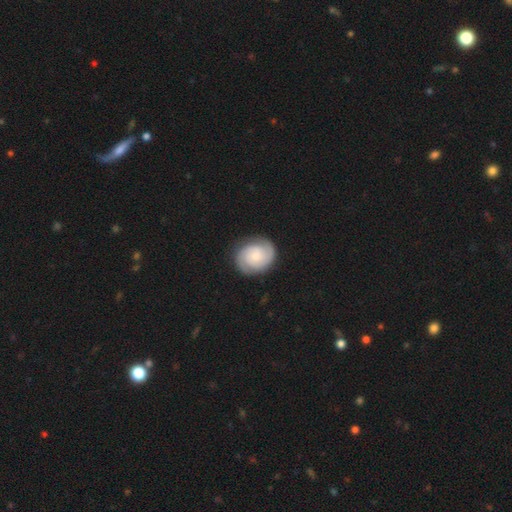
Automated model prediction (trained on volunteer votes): Overall: featured or disk (74%). Edge-on disk: no (98%). Bar: no (66%; weak 29%). Spiral arms: yes (96%). Spiral arm count: 2 (71%). Spiral winding: tight (64%; medium 30%). Bulge size: small (58%; moderate 31%). Merging: none (84%).